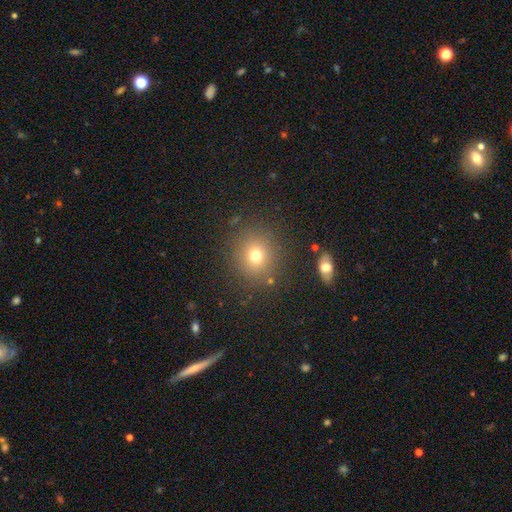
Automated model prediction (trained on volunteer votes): Smooth or featured? Predicted: smooth (p=0.72). How rounded? Predicted: round (p=0.85). Merging? Predicted: none (p=0.86).